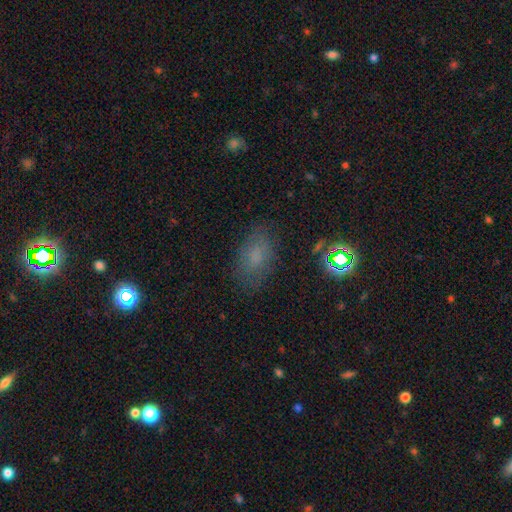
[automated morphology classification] Overall: smooth (66%). How rounded: in between (87%). Merging: none (78%).